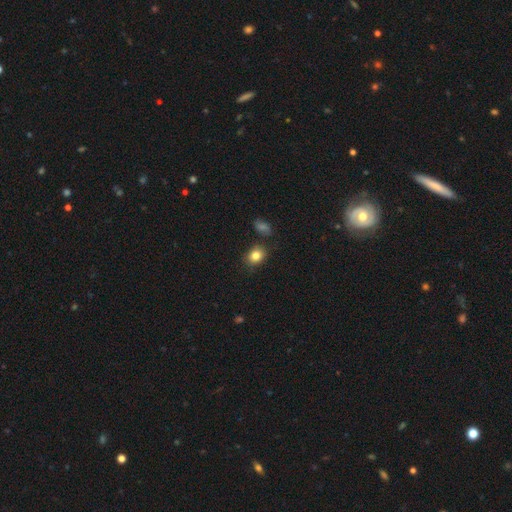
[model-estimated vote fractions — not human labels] smooth_or_featured: smooth (p=0.83) [alt: star or artifact p=0.10]
how_rounded: in between (p=0.51) [alt: round p=0.48]
merging: none (p=0.79) [alt: minor disturbance p=0.12]